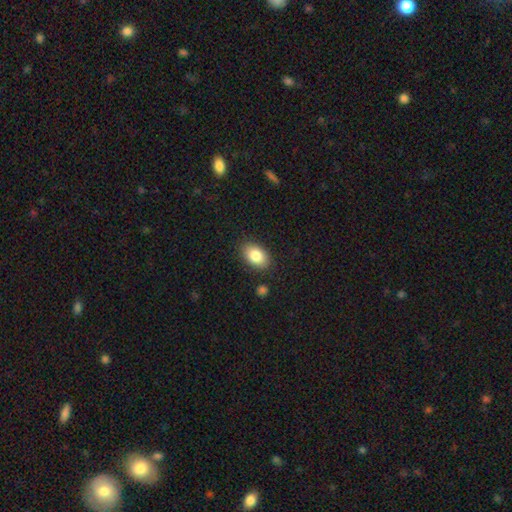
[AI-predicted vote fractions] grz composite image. It shows a smooth galaxy with no disk features (83%) that is in between round and cigar-shaped (87%). Merging: none (86%).